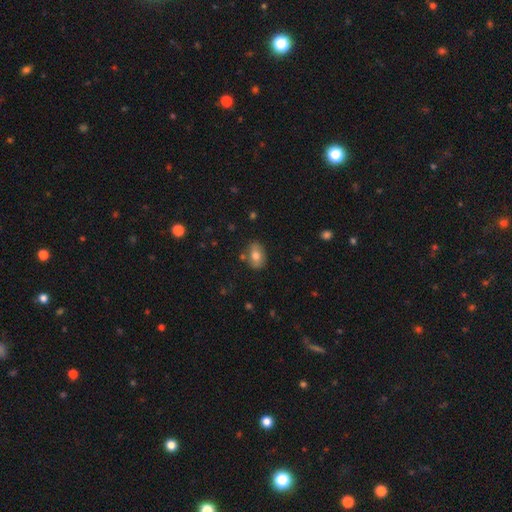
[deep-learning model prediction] This is likely a smooth galaxy (71%). How rounded: likely in between (79%). Merging: likely none (77%).